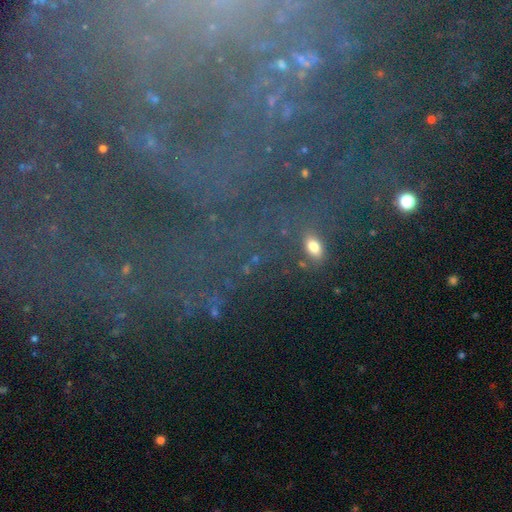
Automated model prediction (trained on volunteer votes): Overall: star or artifact (49%; featured or disk 36%).